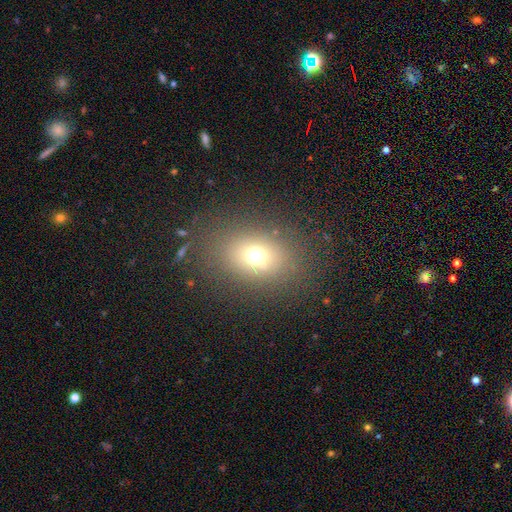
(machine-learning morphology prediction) A smooth galaxy with no disk features (67%) that is in between round and cigar-shaped (56%). Merging: none (79%).